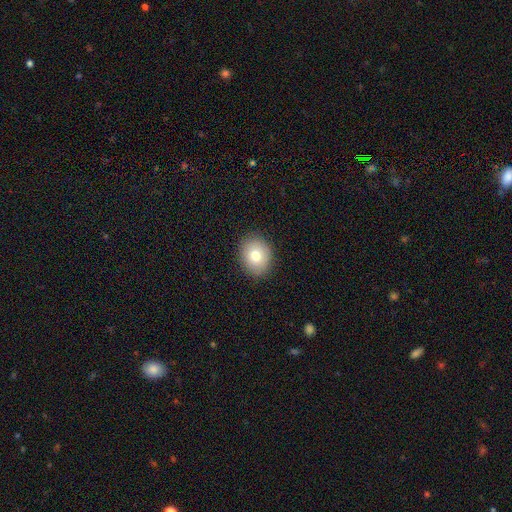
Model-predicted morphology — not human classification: Overall: smooth (77%). How rounded: round (57%; in between 42%). Merging: none (88%).